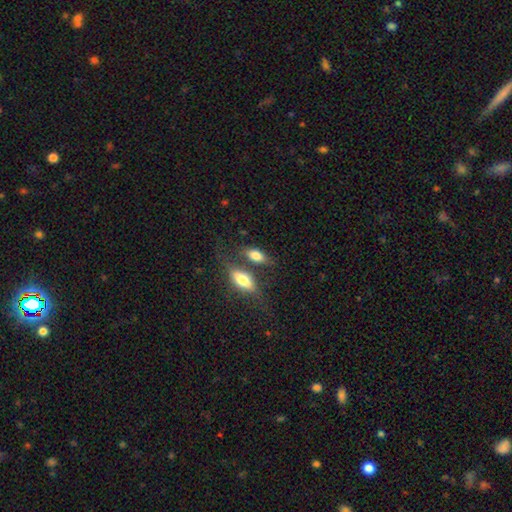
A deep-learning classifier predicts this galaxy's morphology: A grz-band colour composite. It shows a smooth galaxy with no disk features (78%) that is in between round and cigar-shaped (83%). Merging: none (48%).